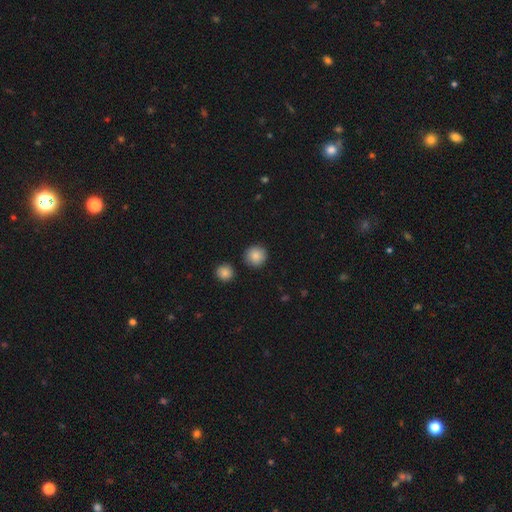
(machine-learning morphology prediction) Smooth or featured? smooth (87%)
How rounded? round (92%)
Merging? none (88%)